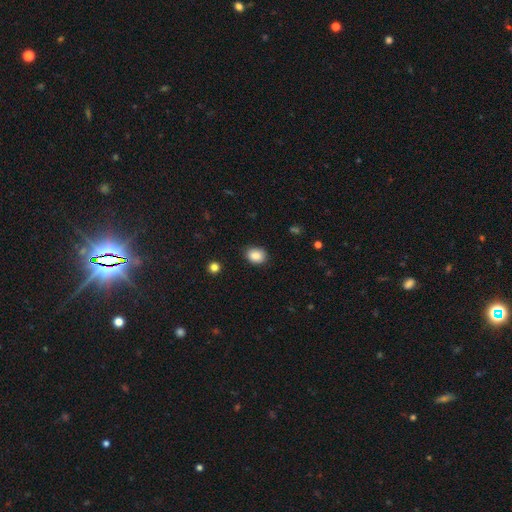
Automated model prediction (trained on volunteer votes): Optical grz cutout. It shows a smooth galaxy with no disk features (87%) that is in between round and cigar-shaped (57%). Merging: none (85%).